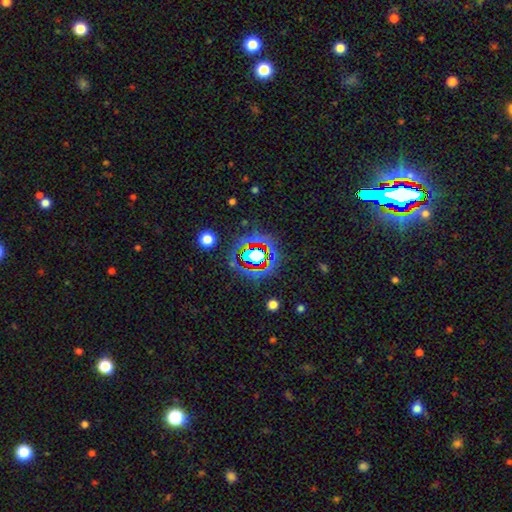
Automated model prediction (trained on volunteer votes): This is likely a star or artifact rather than a galaxy (63%).